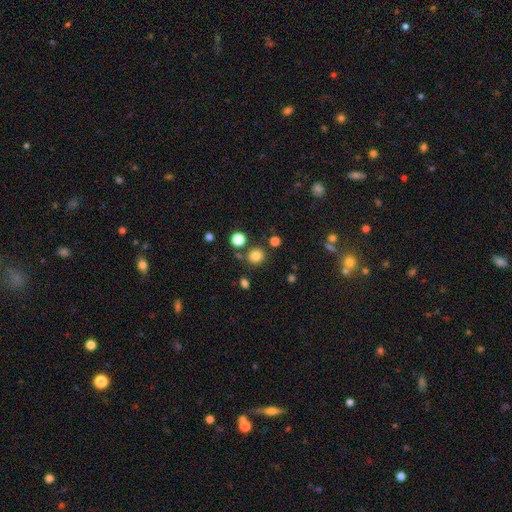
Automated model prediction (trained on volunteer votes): The model was most divided on "smooth or featured": smooth: 81%, star or artifact: 14%, featured or disk: 5%. More confident: how rounded — round (86%); merging — none (80%).